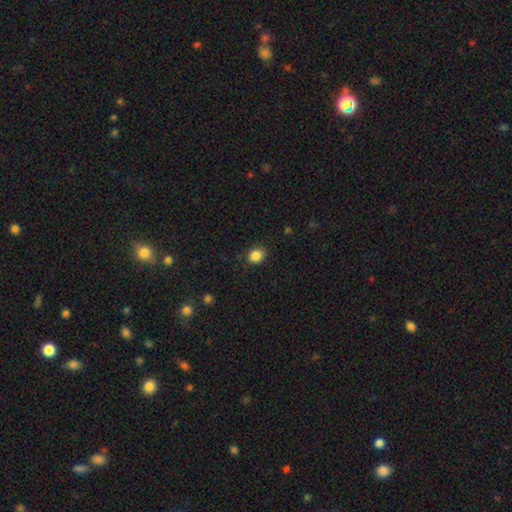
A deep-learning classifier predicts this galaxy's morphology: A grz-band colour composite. It shows a smooth galaxy with no disk features (86%) that is round (68%). Merging: none (86%).